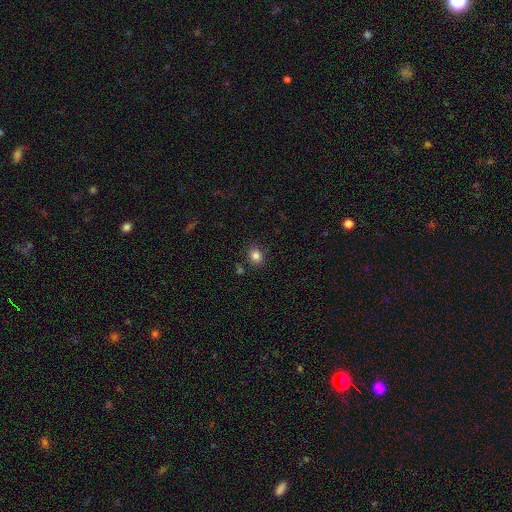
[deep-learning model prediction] The model was most divided on "how rounded": round: 63%, in between: 37%, cigar-shaped: 1%. More confident: smooth or featured — smooth (84%); merging — none (82%).